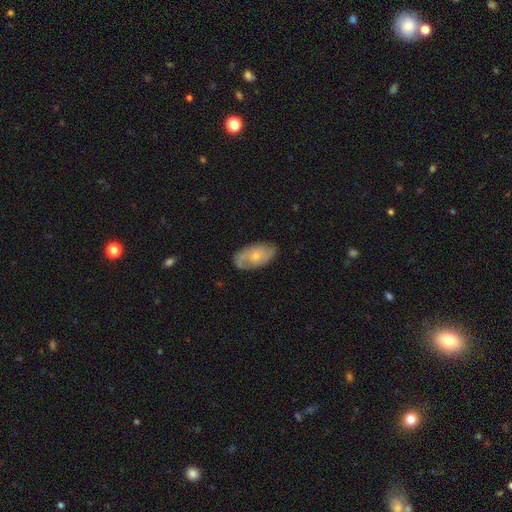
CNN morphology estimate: Overall: featured or disk (68%). Edge-on disk: no (95%). Bar: no (76%). Spiral arms: yes (88%). Spiral arm count: 2 (65%). Spiral winding: medium (44%; tight 36%). Bulge size: small (67%; moderate 28%). Merging: none (76%).